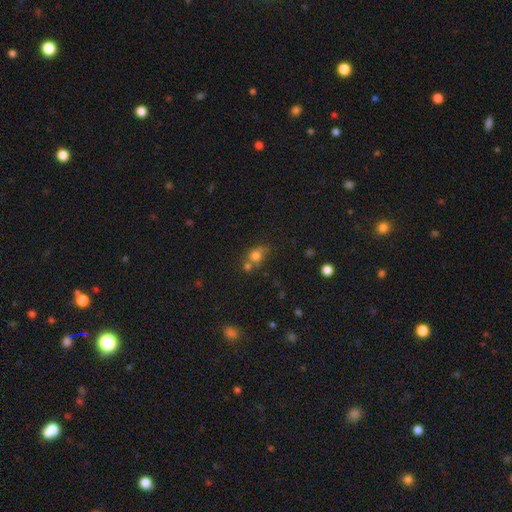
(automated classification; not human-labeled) smooth-or-featured: smooth: 73% | star or artifact: 15% | featured or disk: 12%
  how-rounded: round: 68% | in between: 31% | cigar-shaped: 2%
  merging: none: 44% | merger: 34% | minor disturbance: 15% | major disturbance: 7%